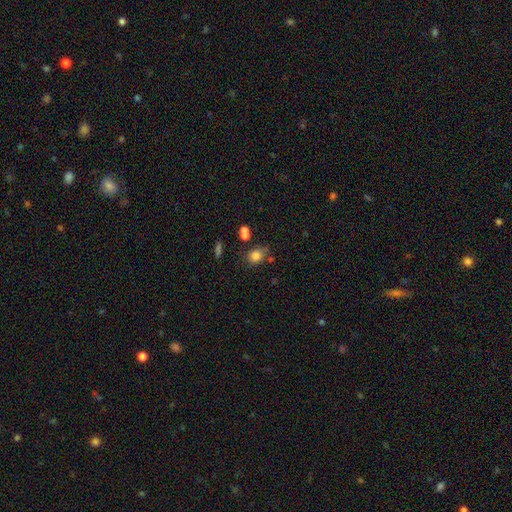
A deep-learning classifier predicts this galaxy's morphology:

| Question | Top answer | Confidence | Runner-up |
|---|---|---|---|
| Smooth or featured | smooth | 82% | star or artifact (12%) |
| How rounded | round | 61% | in between (38%) |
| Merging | none | 62% | minor disturbance (18%) |